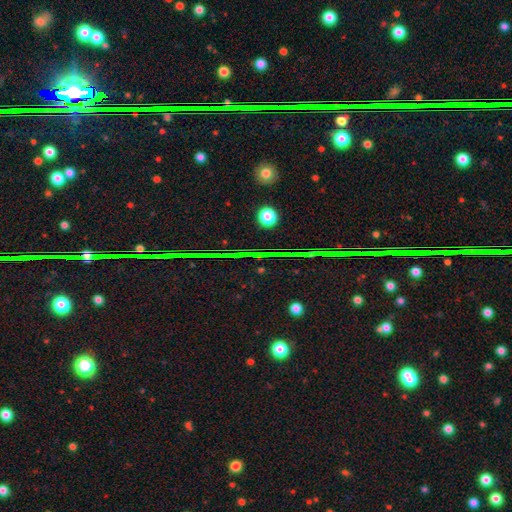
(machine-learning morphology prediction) Smooth or featured: star or artifact — 81% (featured or disk — 10%)